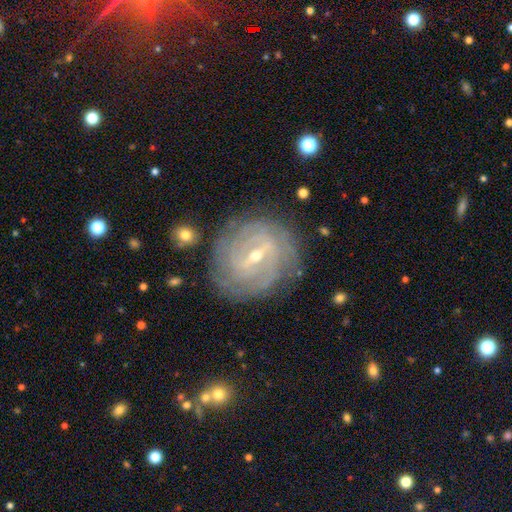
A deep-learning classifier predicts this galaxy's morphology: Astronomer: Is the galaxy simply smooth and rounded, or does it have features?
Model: featured or disk — 88%.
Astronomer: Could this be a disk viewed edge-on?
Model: no — 96%.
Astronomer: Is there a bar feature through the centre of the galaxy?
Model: weak — 47% (runner-up: strong, 42%).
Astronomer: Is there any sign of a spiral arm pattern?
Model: yes — 94%.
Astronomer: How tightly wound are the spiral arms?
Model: tight — 78%.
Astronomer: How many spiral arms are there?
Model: can't tell — 38% (runner-up: 4, 20%).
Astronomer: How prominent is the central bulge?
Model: small — 62%.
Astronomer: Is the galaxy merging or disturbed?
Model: none — 80%.